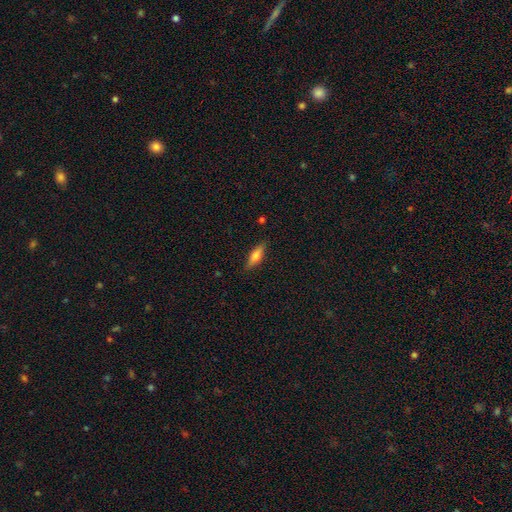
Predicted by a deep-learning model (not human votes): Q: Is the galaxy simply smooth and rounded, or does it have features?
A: smooth — 65%.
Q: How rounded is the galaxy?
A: in between — 50%.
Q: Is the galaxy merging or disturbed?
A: none — 85%.